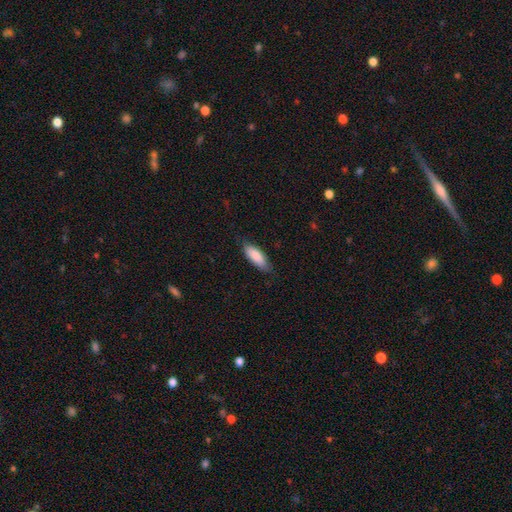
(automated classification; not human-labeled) A smooth galaxy with no disk features (85%) that is in between round and cigar-shaped (69%).

Vote fractions:
- Smooth or featured? smooth: 85% / featured or disk: 9% / star or artifact: 6%
- How rounded? in between: 69% / cigar-shaped: 29% / round: 2%
- Merging? none: 77% / minor disturbance: 19% / major disturbance: 3% / merger: 1%